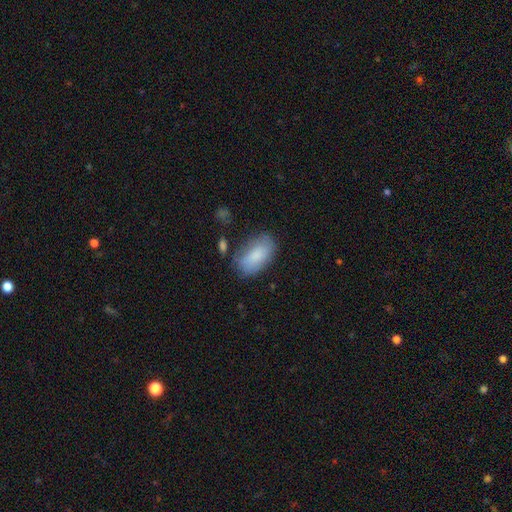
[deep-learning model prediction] This appears to be a smooth galaxy with no disk features (84%) that is in between round and cigar-shaped (94%). Merging: none (69%).